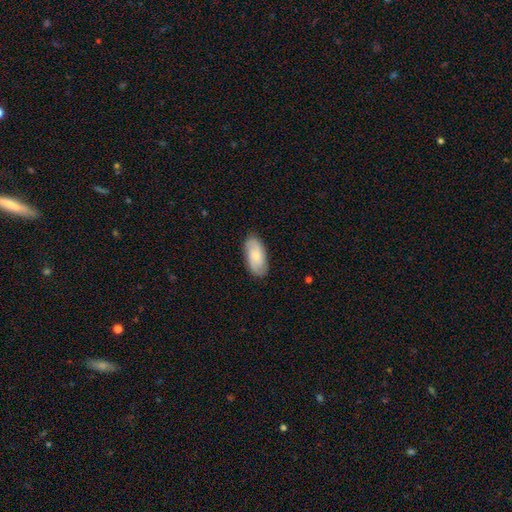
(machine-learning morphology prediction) Smooth or featured? smooth (56%)
How rounded? in between (91%)
Merging? none (84%)